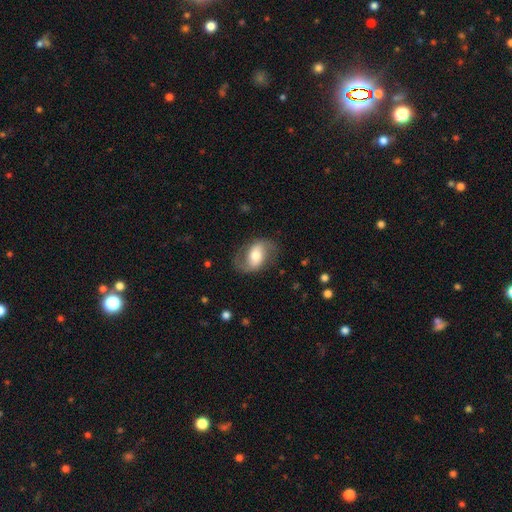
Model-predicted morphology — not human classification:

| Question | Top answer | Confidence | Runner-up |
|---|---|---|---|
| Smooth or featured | featured or disk | 67% | smooth (26%) |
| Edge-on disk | no | 96% | yes (4%) |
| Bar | weak | 38% | no (37%) |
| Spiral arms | yes | 87% | no (13%) |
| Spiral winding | loose | 47% | medium (41%) |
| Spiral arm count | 2 | 89% | can't tell (4%) |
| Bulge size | moderate | 60% | large (19%) |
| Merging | none | 74% | minor disturbance (15%) |